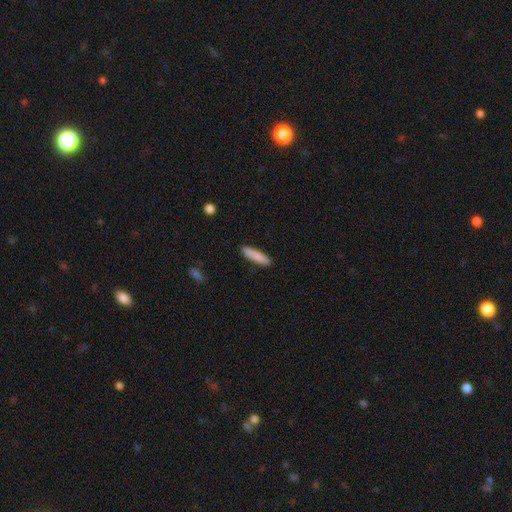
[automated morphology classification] smooth-or-featured: smooth: 86% | featured or disk: 8% | star or artifact: 6%
  how-rounded: cigar-shaped: 85% | in between: 14% | round: 1%
  merging: none: 90% | minor disturbance: 8% | major disturbance: 2% | merger: 1%